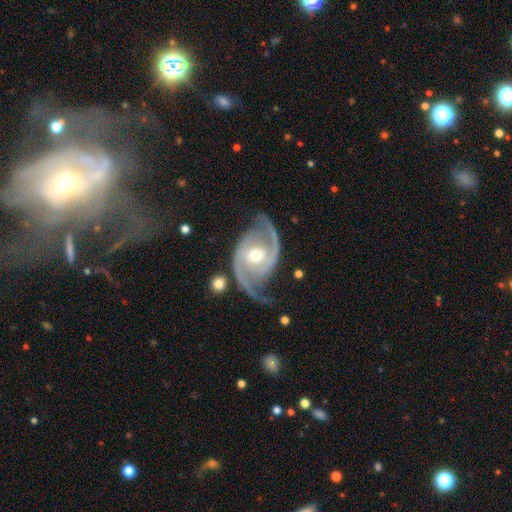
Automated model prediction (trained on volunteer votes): Smooth or featured? Predicted: featured or disk (p=0.93). Edge-on disk? Predicted: no (p=0.97). Bar? Predicted: no (p=0.58). Spiral arms? Predicted: yes (p=0.98). Spiral winding? Predicted: medium (p=0.53). Spiral arm count? Predicted: 2 (p=0.92). Bulge size? Predicted: moderate (p=0.64). Merging? Predicted: none (p=0.69).